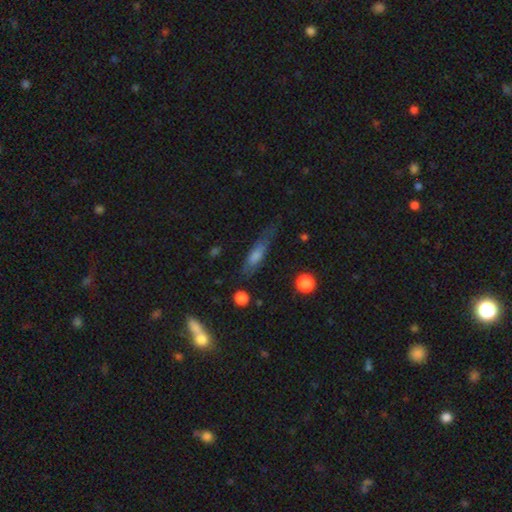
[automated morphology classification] A smooth galaxy with no disk features (57%) that is cigar-shaped (68%).

Vote fractions:
- Smooth or featured? smooth: 57% / featured or disk: 33% / star or artifact: 10%
- How rounded? cigar-shaped: 68% / in between: 29% / round: 3%
- Merging? none: 58% / minor disturbance: 28% / major disturbance: 11% / merger: 3%